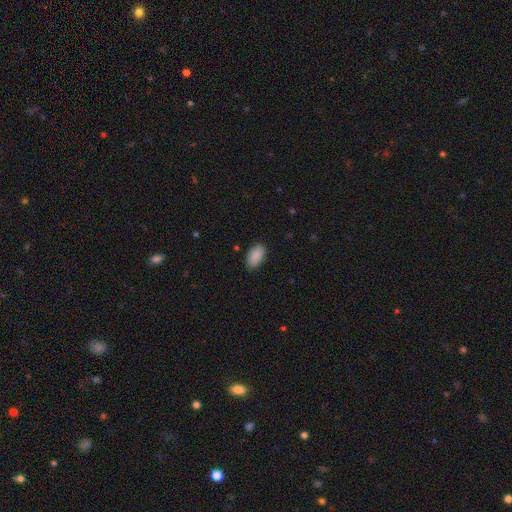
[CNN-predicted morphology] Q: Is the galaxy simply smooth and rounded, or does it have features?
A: smooth — 90%.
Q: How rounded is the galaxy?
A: in between — 94%.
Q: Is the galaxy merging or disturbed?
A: none — 83%.